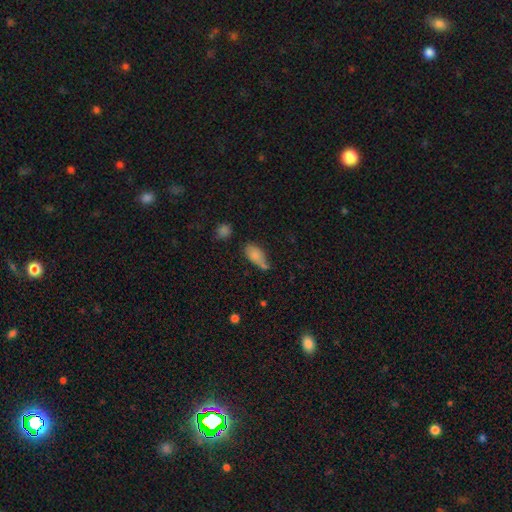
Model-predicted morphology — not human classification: Smooth or featured?
  - smooth: 78% *
  - featured or disk: 11%
  - star or artifact: 10%
How rounded?
  - in between: 88% *
  - cigar-shaped: 7%
  - round: 5%
Merging?
  - none: 42% *
  - minor disturbance: 29%
  - merger: 17%
  - major disturbance: 12%